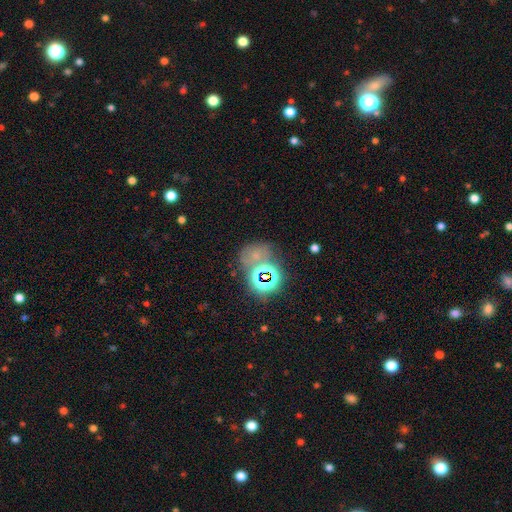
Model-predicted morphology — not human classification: Smooth or featured?
  - star or artifact: 59% *
  - smooth: 27%
  - featured or disk: 14%